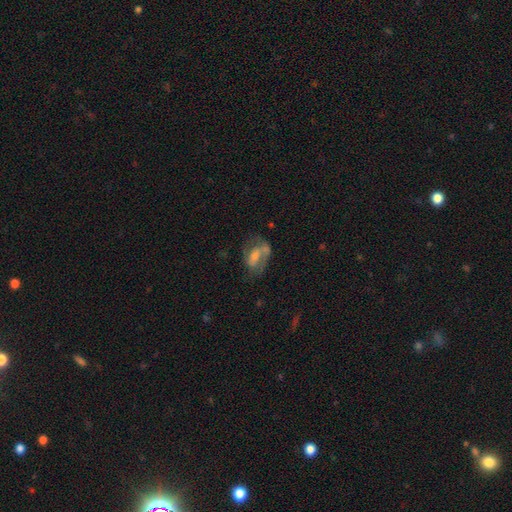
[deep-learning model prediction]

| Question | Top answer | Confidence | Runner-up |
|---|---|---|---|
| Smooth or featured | featured or disk | 56% | smooth (37%) |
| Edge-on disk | no | 95% | yes (5%) |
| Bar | weak | 38% | no (37%) |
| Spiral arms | yes | 60% | no (40%) |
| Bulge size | moderate | 42% | small (38%) |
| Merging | none | 42% | major disturbance (25%) |